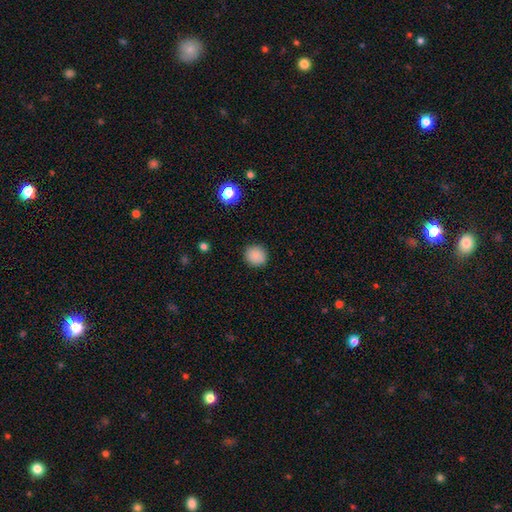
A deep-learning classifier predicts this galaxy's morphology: The model was most divided on "how rounded": round: 86%, in between: 13%, cigar-shaped: 1%. More confident: merging — none (90%); smooth or featured — smooth (87%).